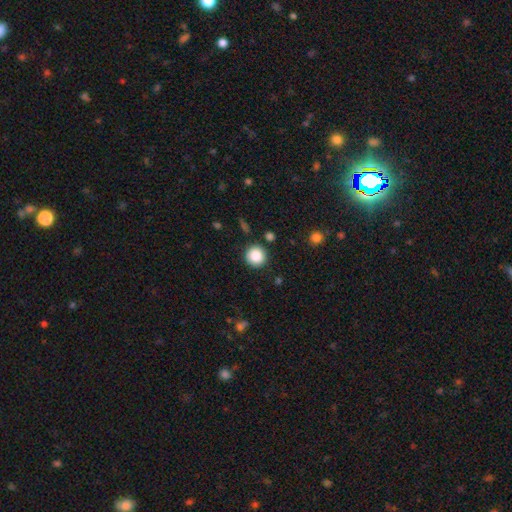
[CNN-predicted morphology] A smooth galaxy with no disk features (86%) that is round (94%).

Vote fractions:
- Smooth or featured? smooth: 86% / star or artifact: 9% / featured or disk: 4%
- How rounded? round: 94% / in between: 5% / cigar-shaped: 1%
- Merging? none: 89% / minor disturbance: 6% / merger: 2% / major disturbance: 2%